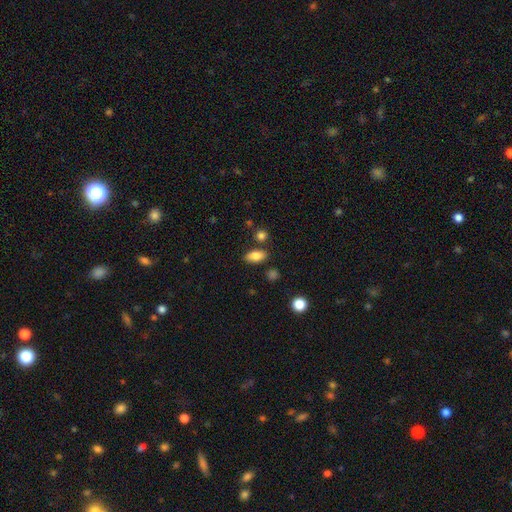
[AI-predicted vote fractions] smooth-or-featured: smooth: 84% | star or artifact: 9% | featured or disk: 7%
  how-rounded: in between: 88% | round: 8% | cigar-shaped: 4%
  merging: none: 80% | minor disturbance: 11% | merger: 6% | major disturbance: 3%